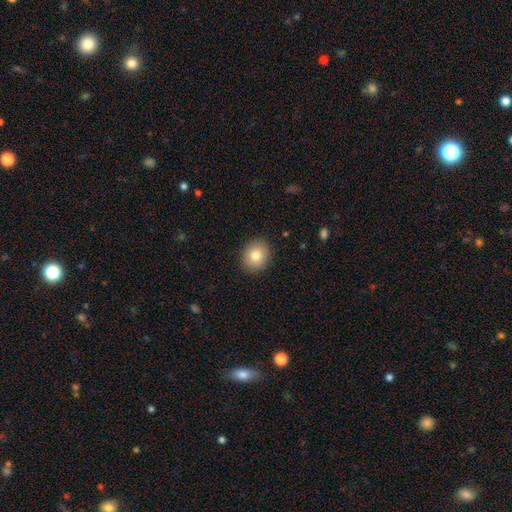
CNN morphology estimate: smooth 81%, featured or disk 10%, star or artifact 9%. Down the decision tree: how rounded — round (66%); merging — none (90%).